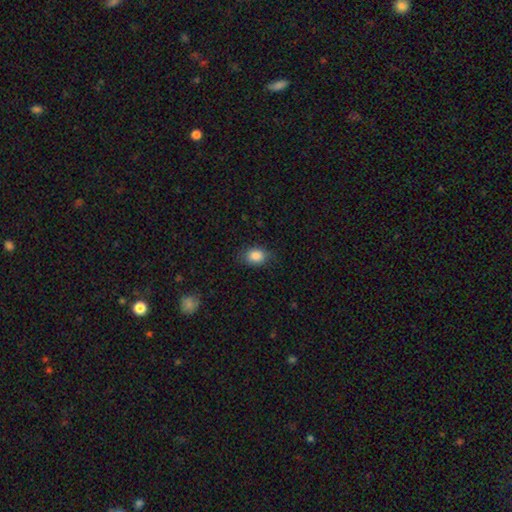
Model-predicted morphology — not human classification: Smooth or featured: smooth — 86% (star or artifact — 9%)
How rounded: in between — 62% (round — 37%)
Merging: none — 80% (minor disturbance — 15%)